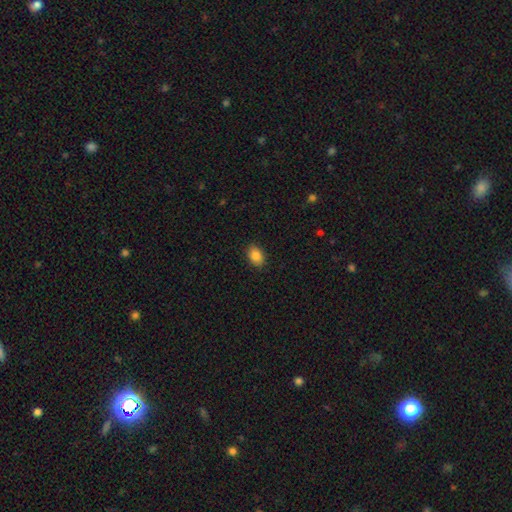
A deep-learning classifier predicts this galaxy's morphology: type=smooth (86%); roundness=in between (80%); merging=none (88%).